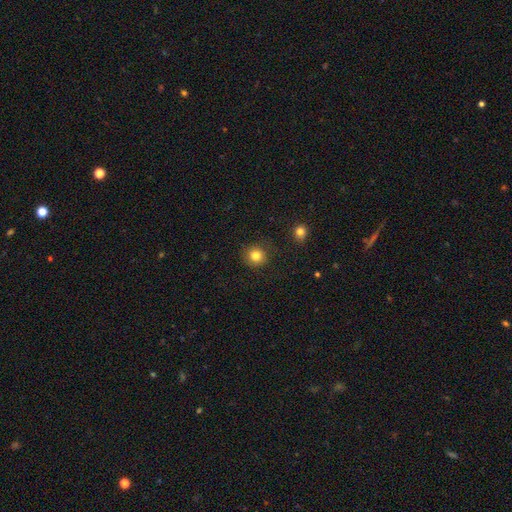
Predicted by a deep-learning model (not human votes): Overall: smooth (83%). How rounded: round (90%). Merging: none (87%).